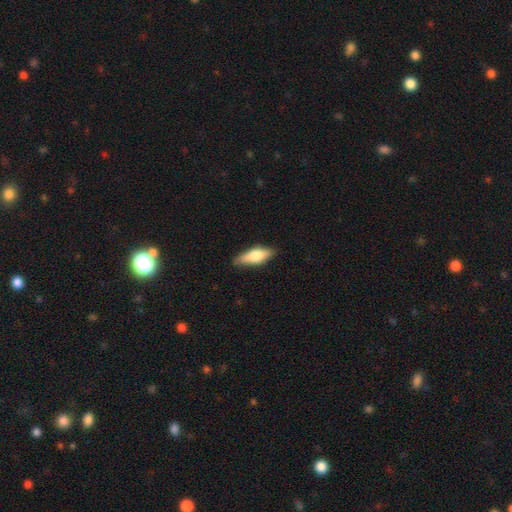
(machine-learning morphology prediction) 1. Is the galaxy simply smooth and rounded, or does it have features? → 59% smooth, 35% featured or disk, 6% star or artifact.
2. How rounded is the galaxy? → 58% in between, 39% cigar-shaped, 3% round.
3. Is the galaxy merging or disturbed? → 85% none, 12% minor disturbance, 2% major disturbance, 1% merger.